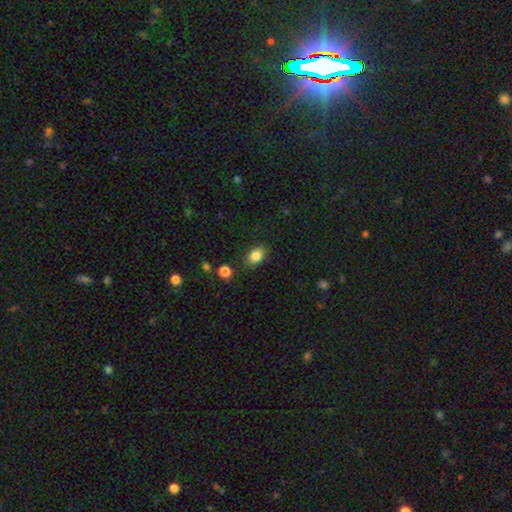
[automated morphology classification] smooth-or-featured: smooth: 84% | star or artifact: 9% | featured or disk: 6%
  how-rounded: in between: 71% | round: 28% | cigar-shaped: 1%
  merging: none: 83% | minor disturbance: 12% | major disturbance: 3% | merger: 2%